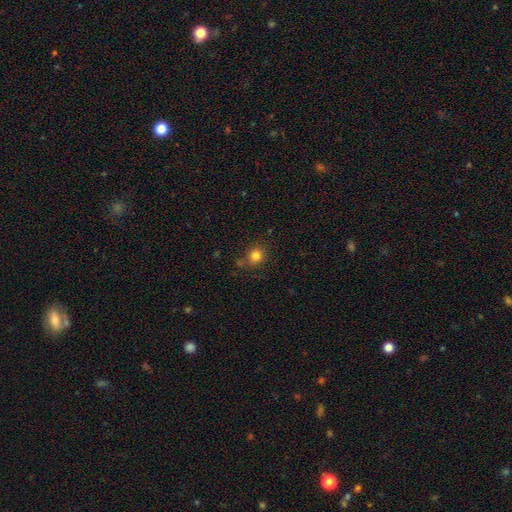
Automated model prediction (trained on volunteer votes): Smooth or featured?
  - smooth: 81% *
  - star or artifact: 13%
  - featured or disk: 6%
How rounded?
  - round: 82% *
  - in between: 17%
  - cigar-shaped: 1%
Merging?
  - none: 78% *
  - minor disturbance: 13%
  - merger: 5%
  - major disturbance: 4%